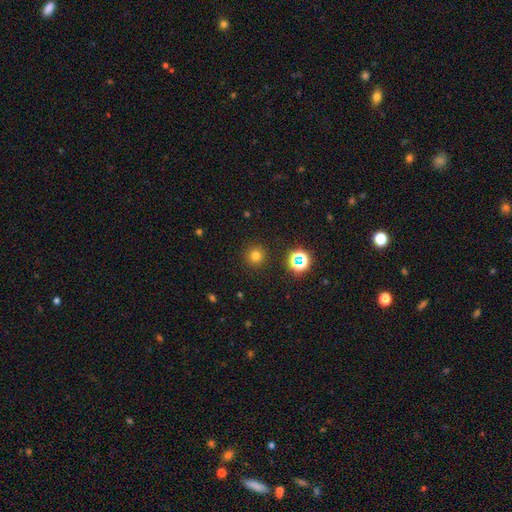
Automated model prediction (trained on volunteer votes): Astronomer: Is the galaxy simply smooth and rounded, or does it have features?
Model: smooth — 75%.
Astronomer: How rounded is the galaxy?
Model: round — 95%.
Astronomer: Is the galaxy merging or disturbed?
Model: none — 91%.